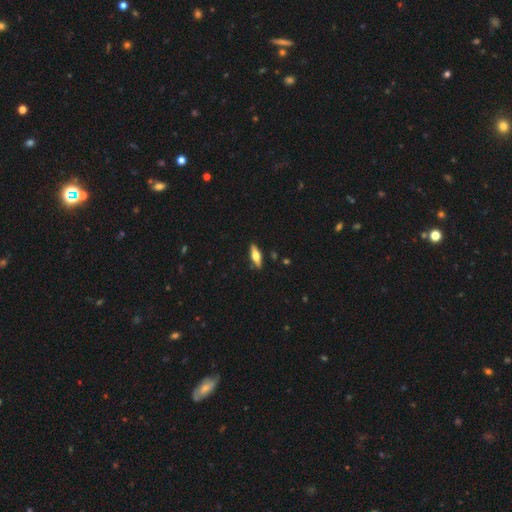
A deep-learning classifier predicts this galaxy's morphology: A featured or disk galaxy (50%) viewed edge-on (93%). Merging: none (88%).